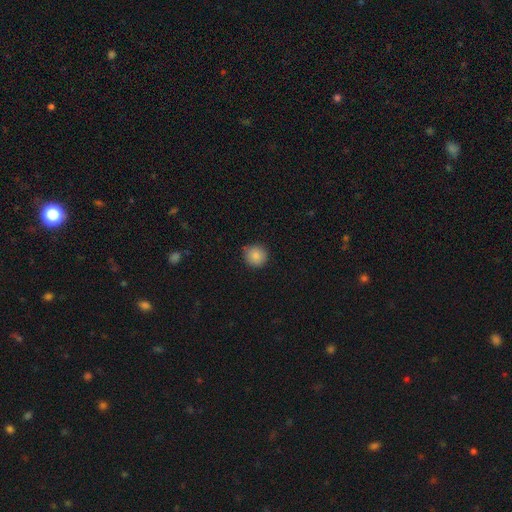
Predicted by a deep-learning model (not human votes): Morphology: type=smooth (86%); roundness=round (93%); merging=none (87%).